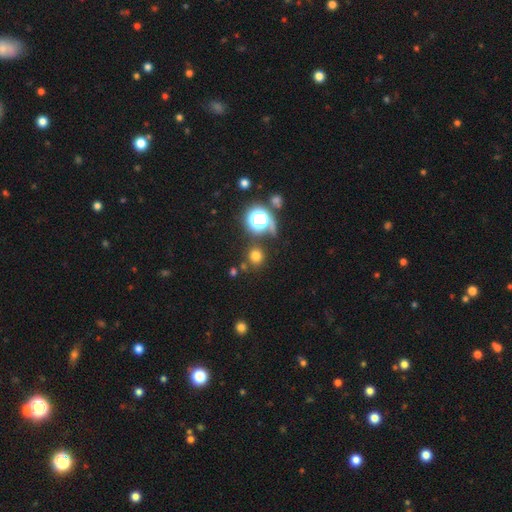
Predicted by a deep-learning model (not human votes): Overall: smooth (70%). How rounded: round (91%). Merging: none (81%).